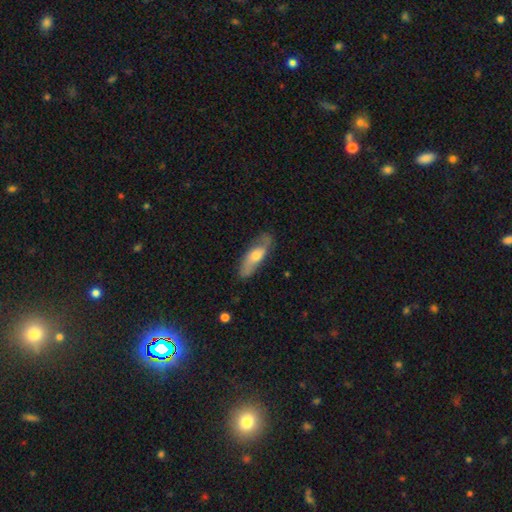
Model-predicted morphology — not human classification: Smooth or featured? featured or disk (48%)
Merging? none (71%)